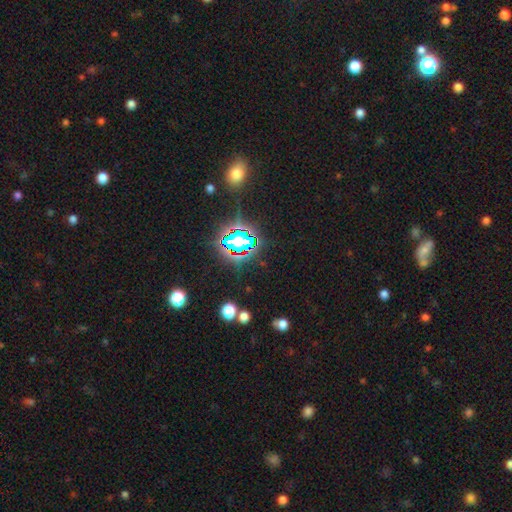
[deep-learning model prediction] Smooth or featured?
  - star or artifact: 79% *
  - smooth: 13%
  - featured or disk: 8%